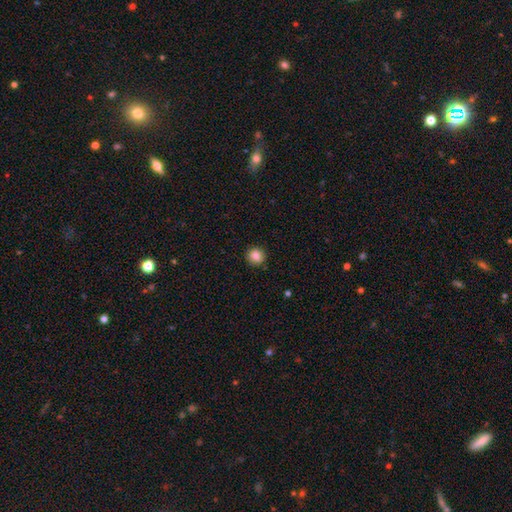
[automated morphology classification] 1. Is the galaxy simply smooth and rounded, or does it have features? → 86% smooth, 9% star or artifact, 5% featured or disk.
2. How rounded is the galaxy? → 91% round, 8% in between, 1% cigar-shaped.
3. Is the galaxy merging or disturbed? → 91% none, 6% minor disturbance, 2% major disturbance, 1% merger.